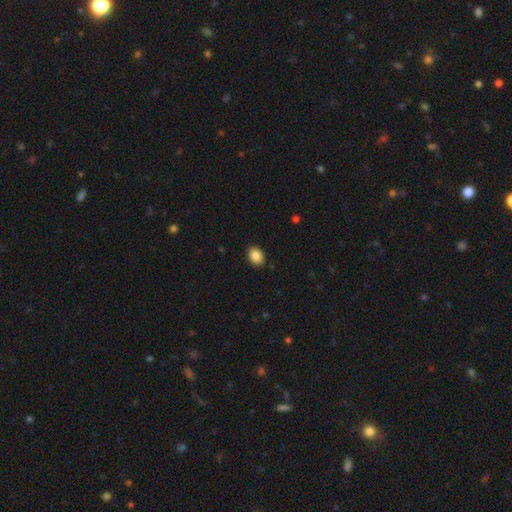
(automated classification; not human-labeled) Smooth or featured: smooth — 88% (star or artifact — 8%)
How rounded: in between — 69% (round — 30%)
Merging: none — 89% (minor disturbance — 8%)